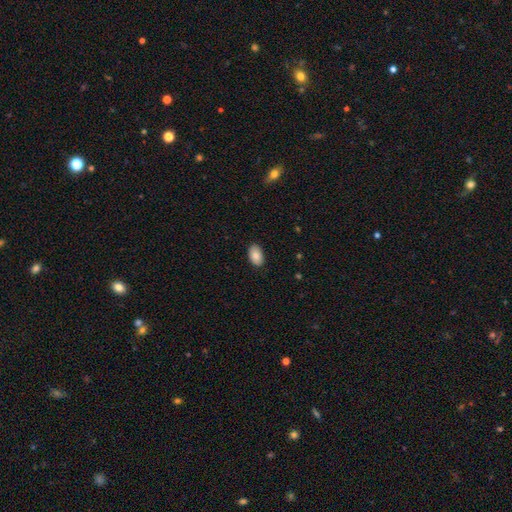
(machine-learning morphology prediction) A smooth galaxy with no disk features (87%) that is in between round and cigar-shaped (93%). Merging: none (87%).